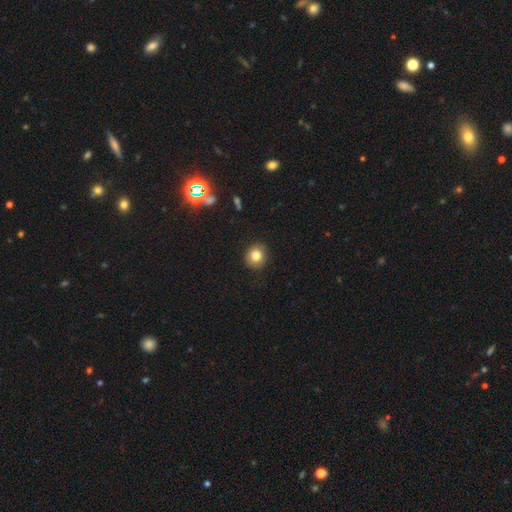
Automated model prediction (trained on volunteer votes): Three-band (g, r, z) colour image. It shows a smooth galaxy with no disk features (81%) that is round (80%). Merging: none (89%).